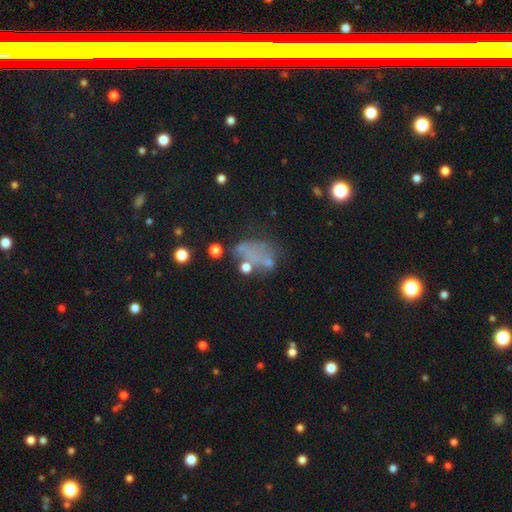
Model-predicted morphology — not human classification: Smooth or featured? Predicted: smooth (p=0.37). Merging? Predicted: none (p=0.42).